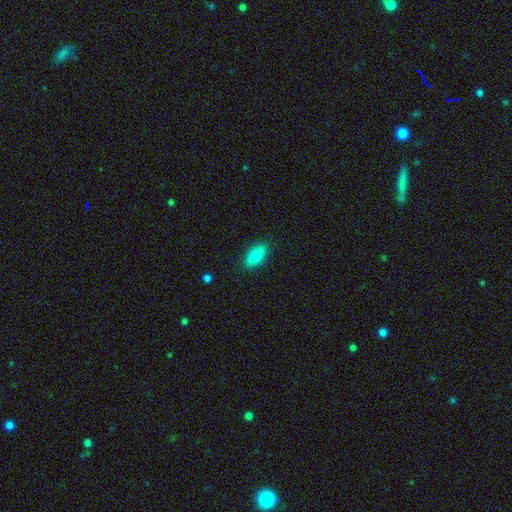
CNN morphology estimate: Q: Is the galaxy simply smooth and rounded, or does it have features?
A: smooth — 85%.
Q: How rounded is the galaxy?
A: in between — 81%.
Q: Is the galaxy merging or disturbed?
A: none — 88%.